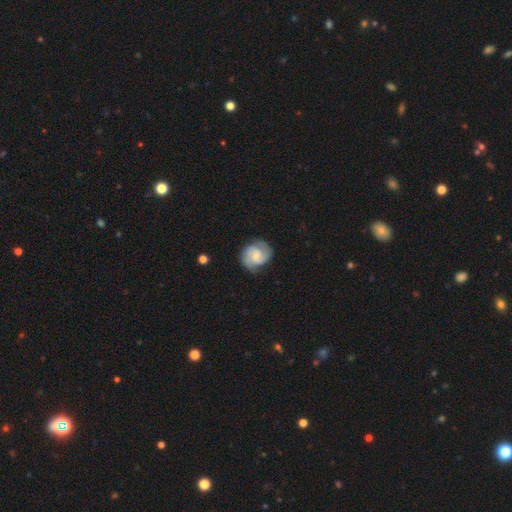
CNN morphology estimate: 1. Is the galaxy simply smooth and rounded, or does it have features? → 74% featured or disk, 20% smooth, 6% star or artifact.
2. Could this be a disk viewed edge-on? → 98% no, 2% yes.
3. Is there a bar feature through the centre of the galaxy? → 46% weak (tied), 46% no (tied), 8% strong.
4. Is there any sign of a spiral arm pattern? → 95% yes, 5% no.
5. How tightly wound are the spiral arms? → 46% medium, 39% tight, 14% loose.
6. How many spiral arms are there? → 81% 2, 8% can't tell, 5% 3, 3% 1, 1% 4, 1% more than 4.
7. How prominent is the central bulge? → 50% small, 34% moderate, 11% none, 4% large, 1% dominant.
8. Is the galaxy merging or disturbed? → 76% none, 17% minor disturbance, 5% major disturbance, 1% merger.